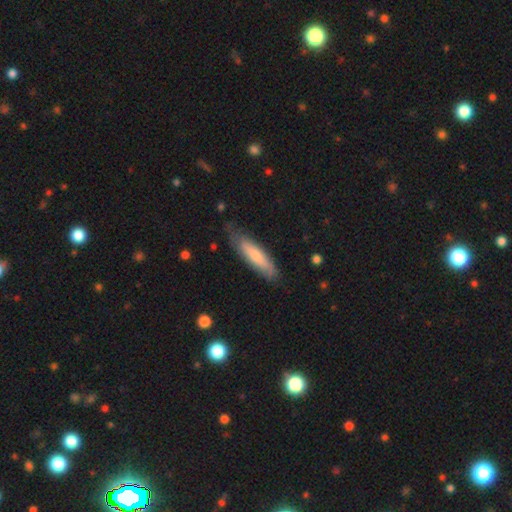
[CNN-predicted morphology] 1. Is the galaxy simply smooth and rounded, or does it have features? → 68% smooth, 27% featured or disk, 5% star or artifact.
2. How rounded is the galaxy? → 70% cigar-shaped, 29% in between, 1% round.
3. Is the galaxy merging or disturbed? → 70% none, 23% minor disturbance, 5% major disturbance, 2% merger.